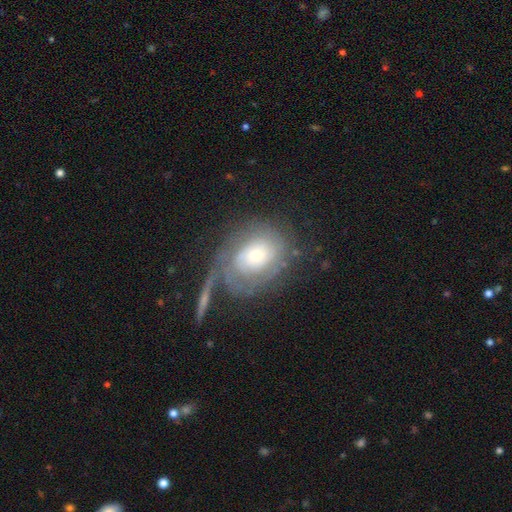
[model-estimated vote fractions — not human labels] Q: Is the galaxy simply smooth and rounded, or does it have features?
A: featured or disk — 67%.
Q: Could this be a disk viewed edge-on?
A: no — 96%.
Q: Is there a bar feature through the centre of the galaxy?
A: no — 75%.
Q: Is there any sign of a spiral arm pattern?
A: yes — 81%.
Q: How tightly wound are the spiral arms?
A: tight — 64%.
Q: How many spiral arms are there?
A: can't tell — 44%.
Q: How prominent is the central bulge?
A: moderate — 47%.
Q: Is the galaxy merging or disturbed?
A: none — 48%.